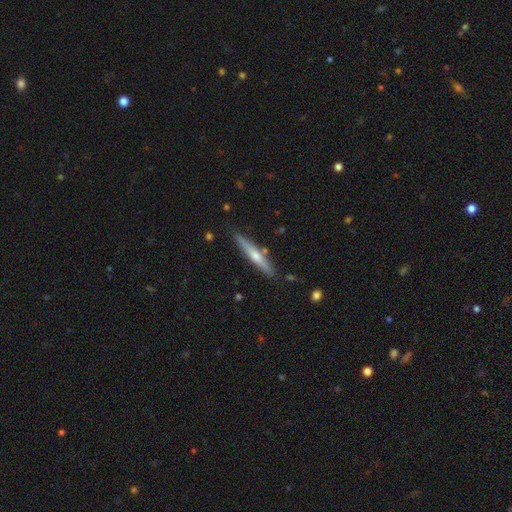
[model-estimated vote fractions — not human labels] Smooth or featured: featured or disk — 55% (smooth — 39%)
Edge-on disk: yes — 95% (no — 5%)
Edge-on bulge: rounded — 75% (none — 21%)
Merging: none — 84% (minor disturbance — 11%)